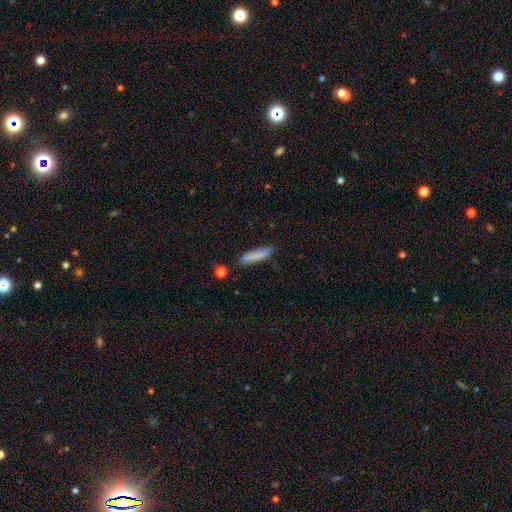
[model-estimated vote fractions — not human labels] The model was most divided on "how rounded": cigar-shaped: 81%, in between: 18%, round: 2%. More confident: smooth or featured — smooth (82%); merging — none (79%).